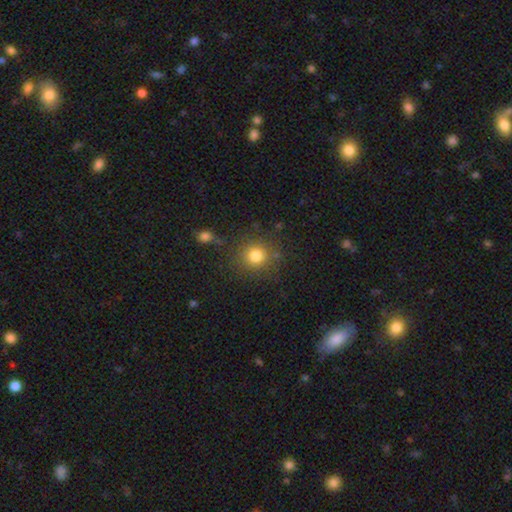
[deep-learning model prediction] A smooth galaxy with no disk features (80%) that is round (90%). Merging: none (83%).